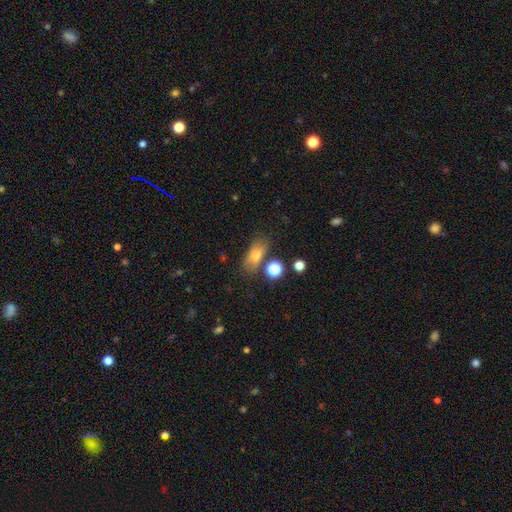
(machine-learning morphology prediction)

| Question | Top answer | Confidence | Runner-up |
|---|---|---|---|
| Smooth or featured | smooth | 70% | featured or disk (17%) |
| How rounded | in between | 76% | round (12%) |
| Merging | none | 66% | minor disturbance (17%) |